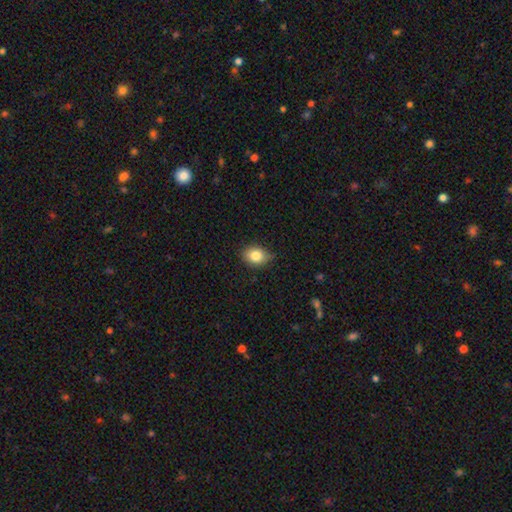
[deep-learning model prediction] Q: Smooth or featured?
A: smooth (82%); runner-up: star or artifact (10%)
Q: How rounded?
A: in between (54%); runner-up: round (44%)
Q: Merging?
A: none (76%); runner-up: minor disturbance (20%)